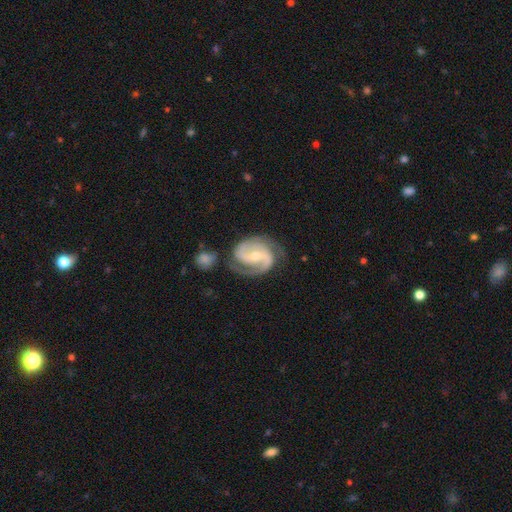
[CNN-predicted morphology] smooth-or-featured: featured or disk: 90% | smooth: 5% | star or artifact: 4%
  disk-edge-on: no: 98% | yes: 2%
    bar: weak: 42% | no: 30% | strong: 28%
    has-spiral-arms: yes: 98% | no: 2%
      spiral-winding: medium: 51% | tight: 37% | loose: 12%
      spiral-arm-count: 2: 85% | 3: 6% | can't tell: 4% | 1: 3% | 4: 1% | more than 4: 1%
    bulge-size: small: 51% | moderate: 46% | large: 2% | none: 1% | dominant: 1%
  merging: none: 67% | minor disturbance: 19% | major disturbance: 8% | merger: 6%